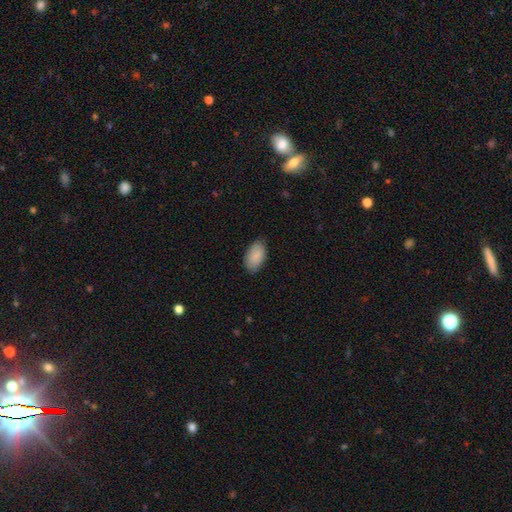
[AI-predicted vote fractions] The model was most divided on "merging": none: 83%, minor disturbance: 14%, major disturbance: 3%, merger: 1%. More confident: how rounded — in between (95%); smooth or featured — smooth (89%).